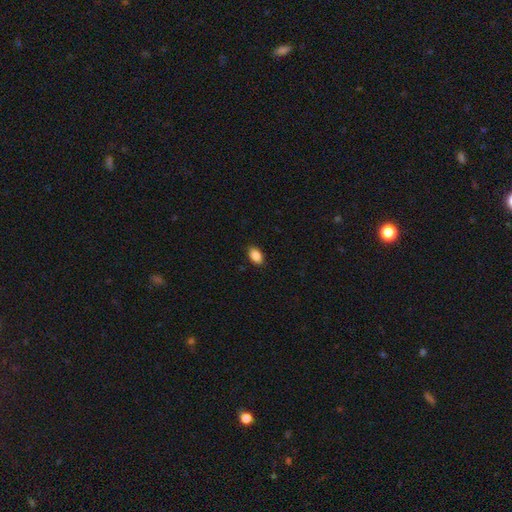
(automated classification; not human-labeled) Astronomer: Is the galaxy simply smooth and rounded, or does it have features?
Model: smooth — 89%.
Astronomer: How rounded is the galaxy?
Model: in between — 91%.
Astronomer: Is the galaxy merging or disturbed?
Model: none — 89%.